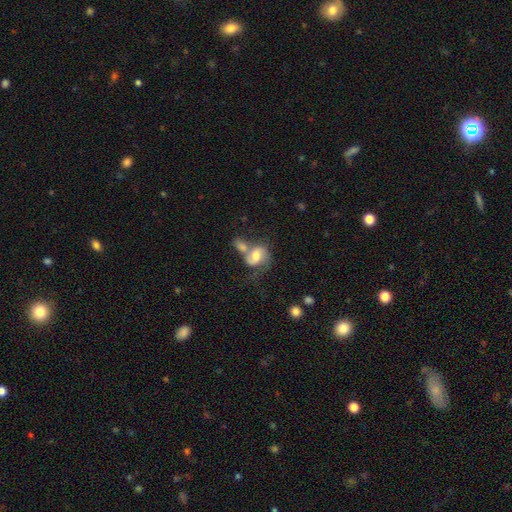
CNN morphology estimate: A featured or disk galaxy (56%) with no bar (49%), spiral arms (82%) and a moderate central bulge (60%).

Vote fractions:
- Smooth or featured? featured or disk: 56% / smooth: 36% / star or artifact: 8%
- Edge-on disk? no: 97% / yes: 3%
- Bar? no: 49% / weak: 39% / strong: 12%
- Spiral arms? yes: 82% / no: 18%
- Bulge size? moderate: 60% / large: 21% / small: 13% / none: 4% / dominant: 2%
- Merging? merger: 56% / none: 20% / major disturbance: 13% / minor disturbance: 12%